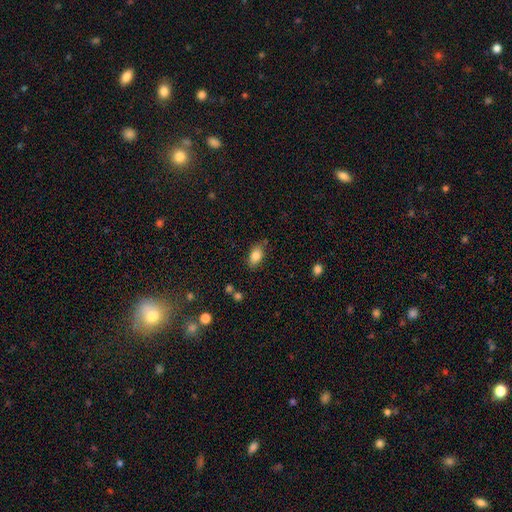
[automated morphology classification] A smooth galaxy with no disk features (83%) that is in between round and cigar-shaped (89%). Merging: none (77%).